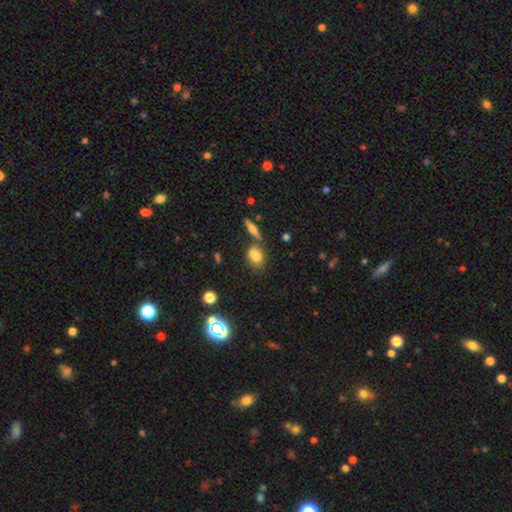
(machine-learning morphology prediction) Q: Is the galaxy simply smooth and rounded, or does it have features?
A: smooth — 74%.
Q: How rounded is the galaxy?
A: in between — 57%.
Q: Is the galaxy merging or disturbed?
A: none — 58%.